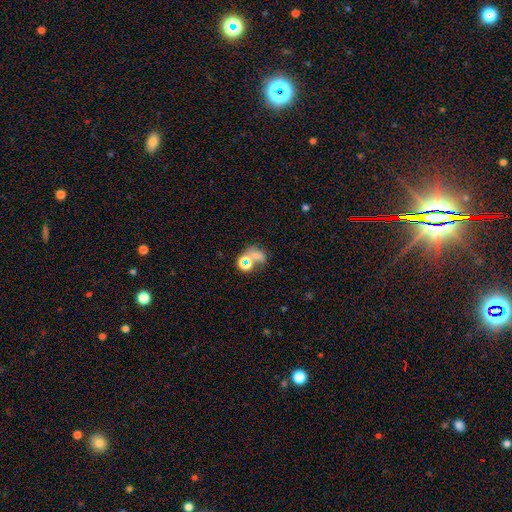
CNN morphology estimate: smooth 46%, star or artifact 37%, featured or disk 17%. Down the decision tree: merging — none (43%).